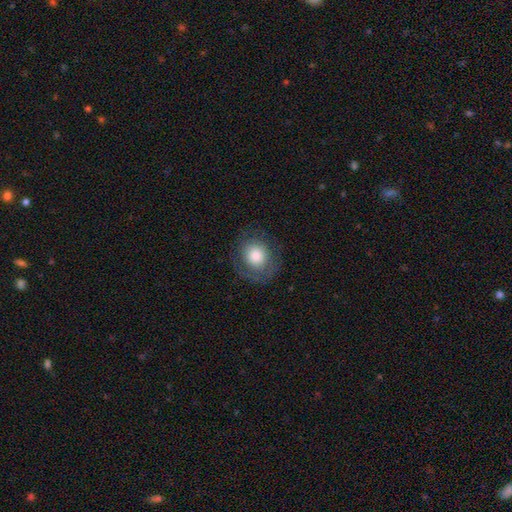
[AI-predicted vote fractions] A smooth galaxy with no disk features (66%) that is round (78%). Merging: none (75%).